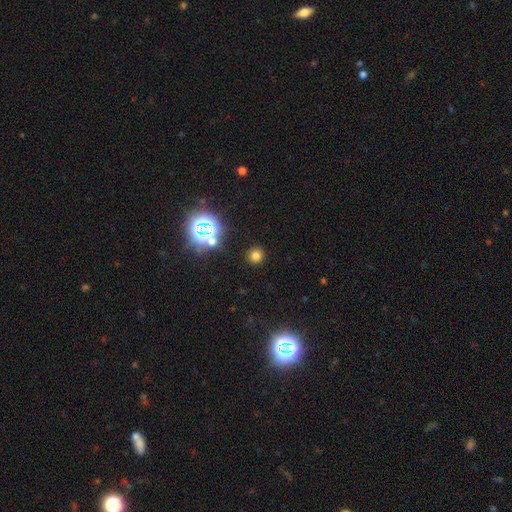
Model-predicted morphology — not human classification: smooth_or_featured: smooth (p=0.69) [alt: star or artifact p=0.25]
how_rounded: round (p=0.94) [alt: in between p=0.05]
merging: none (p=0.89) [alt: minor disturbance p=0.05]